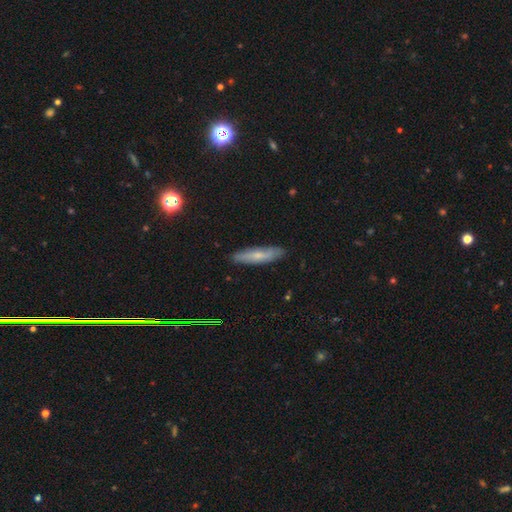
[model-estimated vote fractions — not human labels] Smooth or featured?
  - smooth: 60% *
  - featured or disk: 33%
  - star or artifact: 7%
How rounded?
  - cigar-shaped: 74% *
  - in between: 24%
  - round: 2%
Merging?
  - none: 85% *
  - minor disturbance: 12%
  - major disturbance: 2%
  - merger: 1%